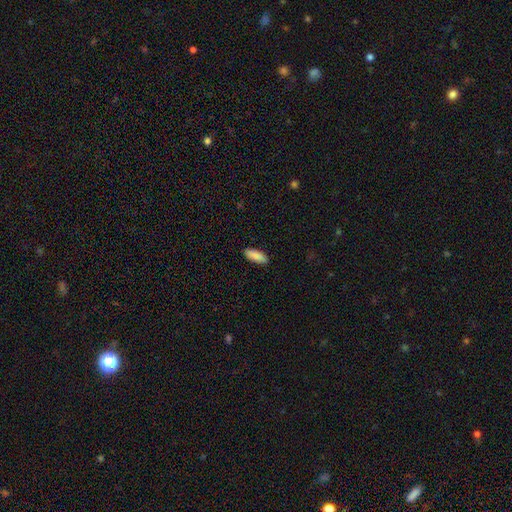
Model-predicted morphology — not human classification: smooth 87%, featured or disk 7%, star or artifact 6%. Down the decision tree: how rounded — in between (74%); merging — none (90%).